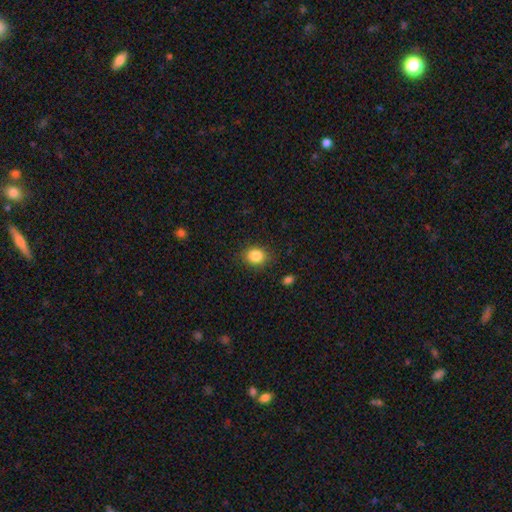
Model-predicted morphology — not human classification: Overall: smooth (85%). How rounded: round (64%; in between 35%). Merging: none (84%).